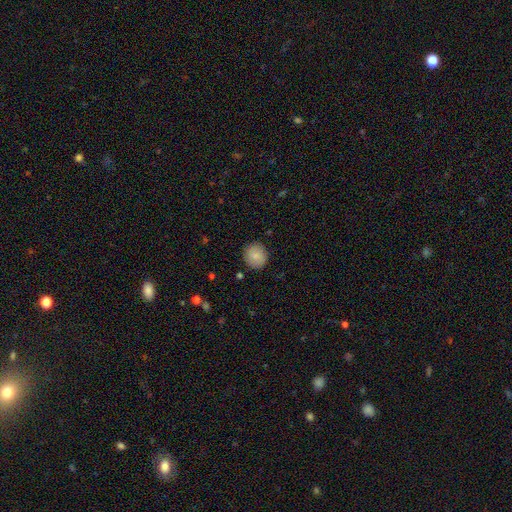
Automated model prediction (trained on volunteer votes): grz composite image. It shows a smooth galaxy with no disk features (83%) that is round (87%). Merging: none (88%).